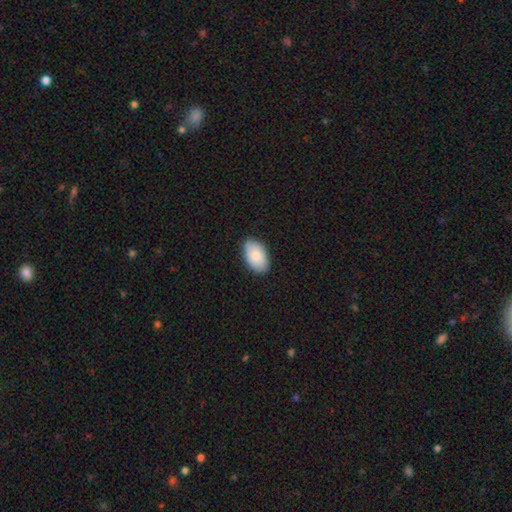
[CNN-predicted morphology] Smooth or featured: smooth — 82% (featured or disk — 12%)
How rounded: in between — 93% (round — 6%)
Merging: none — 82% (minor disturbance — 14%)